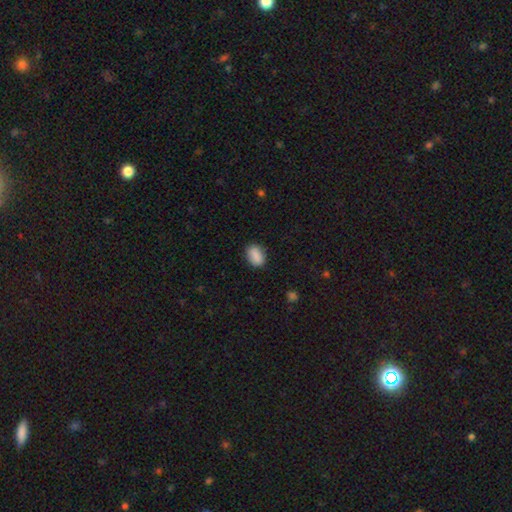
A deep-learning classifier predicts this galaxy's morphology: smooth-or-featured: smooth: 88% | star or artifact: 8% | featured or disk: 4%
  how-rounded: in between: 84% | round: 14% | cigar-shaped: 2%
  merging: none: 85% | minor disturbance: 11% | major disturbance: 3% | merger: 1%